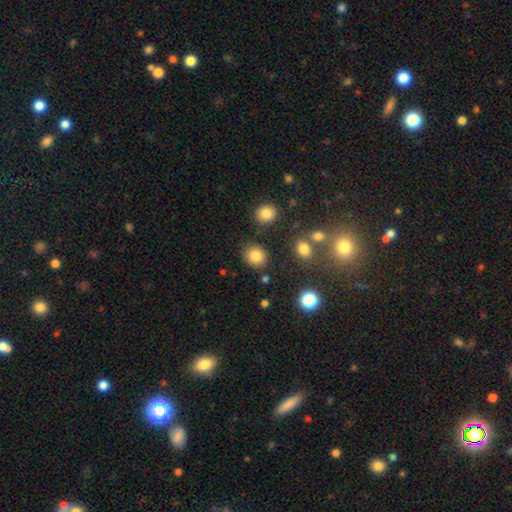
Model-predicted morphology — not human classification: This is clearly a smooth galaxy (82%). How rounded: likely round (78%). Merging: clearly none (84%).